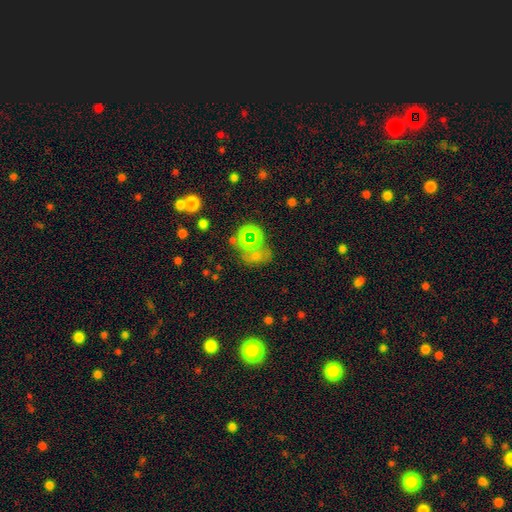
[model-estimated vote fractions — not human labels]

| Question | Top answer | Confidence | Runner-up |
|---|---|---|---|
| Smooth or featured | star or artifact | 55% | smooth (30%) |